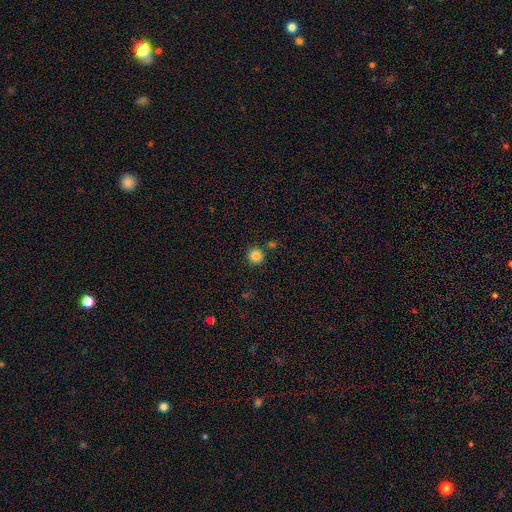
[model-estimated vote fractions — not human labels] Q: Smooth or featured?
A: smooth (85%); runner-up: star or artifact (11%)
Q: How rounded?
A: round (95%); runner-up: in between (4%)
Q: Merging?
A: none (84%); runner-up: minor disturbance (7%)